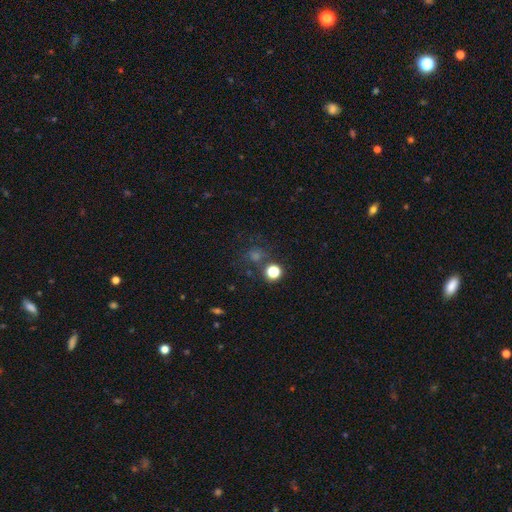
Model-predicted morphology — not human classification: type=star or artifact (45%).